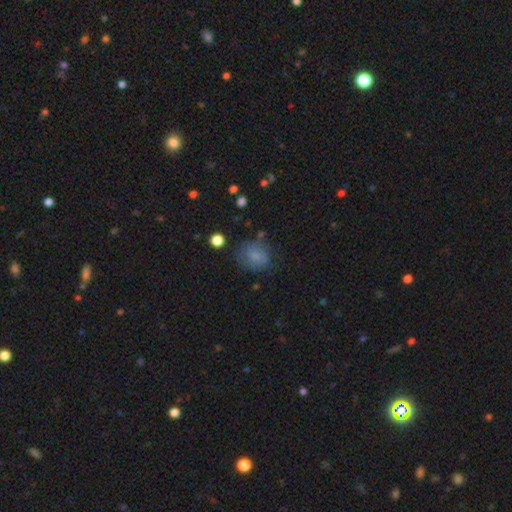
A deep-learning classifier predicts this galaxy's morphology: Smooth or featured?
  - smooth: 76% *
  - featured or disk: 12%
  - star or artifact: 12%
How rounded?
  - round: 63% *
  - in between: 35%
  - cigar-shaped: 1%
Merging?
  - none: 67% *
  - minor disturbance: 21%
  - major disturbance: 9%
  - merger: 3%